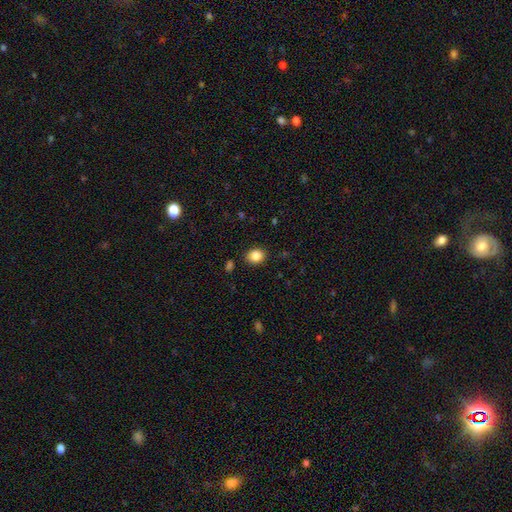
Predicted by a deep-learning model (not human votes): This appears to be a smooth galaxy with no disk features (85%) that is round (54%). Merging: none (87%).